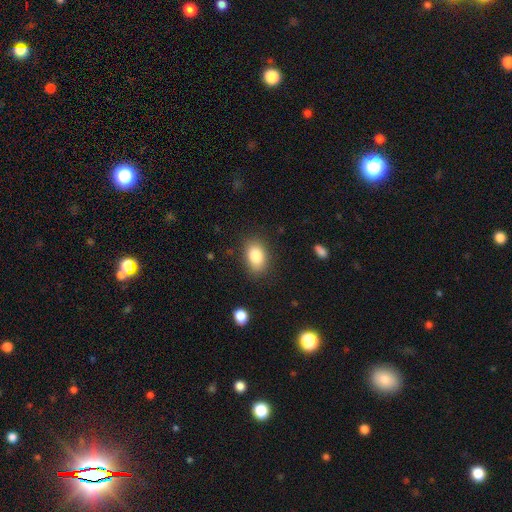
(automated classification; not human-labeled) Morphology: type=smooth (84%); roundness=in between (82%); merging=none (84%).